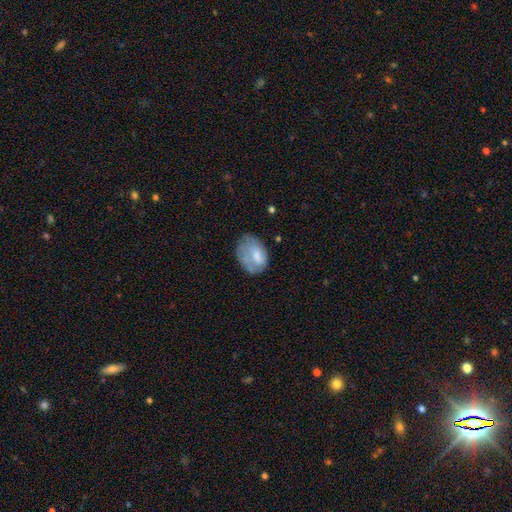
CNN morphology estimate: Smooth or featured: smooth — 65% (featured or disk — 27%)
How rounded: in between — 79% (round — 20%)
Merging: none — 49% (minor disturbance — 31%)